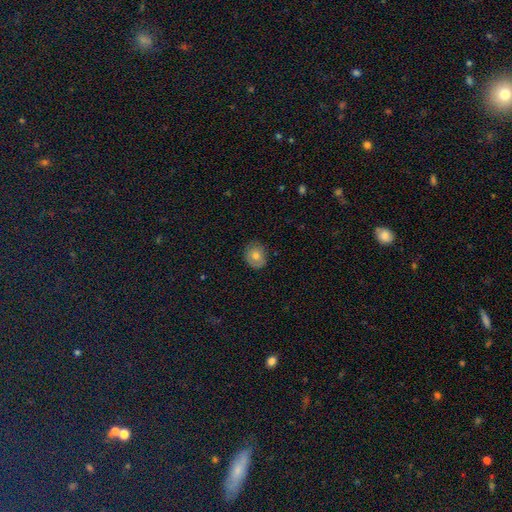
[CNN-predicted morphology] A smooth galaxy with no disk features (71%) that is round (78%). Merging: none (83%).